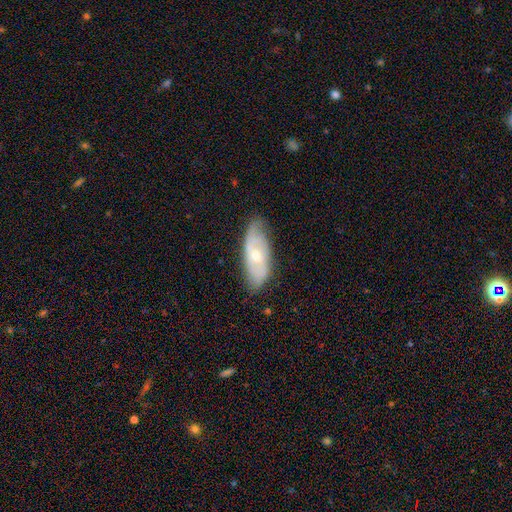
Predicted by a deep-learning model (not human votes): Smooth or featured?
  - featured or disk: 61% *
  - smooth: 32%
  - star or artifact: 7%
Edge-on disk?
  - no: 84% *
  - yes: 16%
Bar?
  - no: 64% *
  - weak: 29%
  - strong: 7%
Spiral arms?
  - yes: 77% *
  - no: 23%
Bulge size?
  - moderate: 54% *
  - small: 42%
  - large: 2%
  - none: 1%
  - dominant: 1%
Merging?
  - none: 71% *
  - minor disturbance: 23%
  - major disturbance: 5%
  - merger: 1%